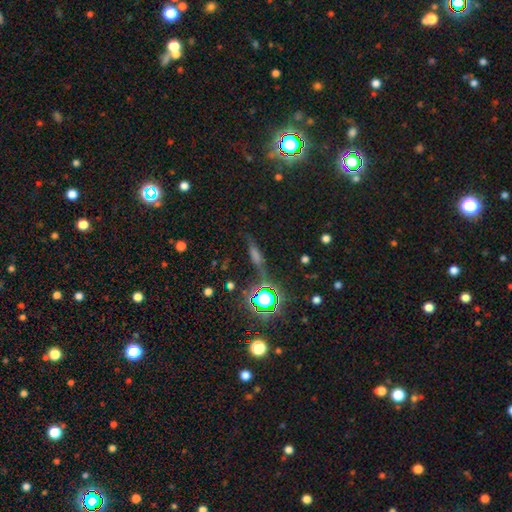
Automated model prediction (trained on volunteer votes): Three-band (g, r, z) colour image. It shows a star or artifact, not a galaxy (37%).